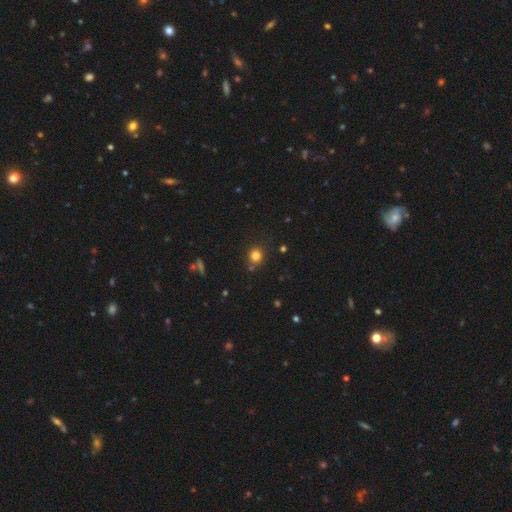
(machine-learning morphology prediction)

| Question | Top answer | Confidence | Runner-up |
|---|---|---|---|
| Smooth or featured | smooth | 80% | star or artifact (15%) |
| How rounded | round | 88% | in between (11%) |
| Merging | none | 81% | minor disturbance (10%) |